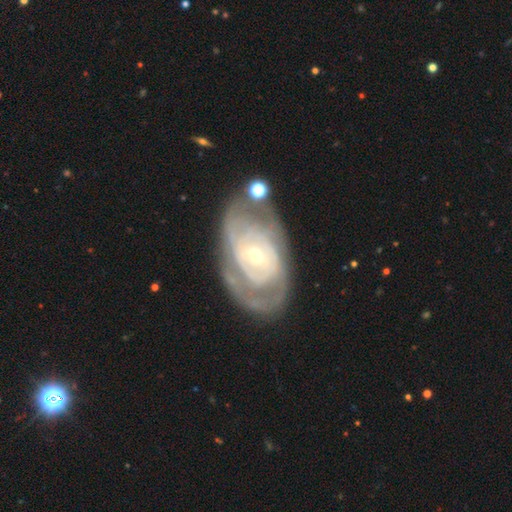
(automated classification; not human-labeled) A featured or disk galaxy (81%) with no bar (64%), tight (69%) spiral arms (77%) and a small central bulge (64%).

Vote fractions:
- Smooth or featured? featured or disk: 81% / smooth: 13% / star or artifact: 6%
- Edge-on disk? no: 94% / yes: 6%
- Bar? no: 64% / weak: 27% / strong: 9%
- Spiral arms? yes: 77% / no: 23%
- Spiral winding? tight: 69% / medium: 24% / loose: 8%
- Spiral arm count? can't tell: 49% / 2: 26% / 3: 11% / 1: 6% / 4: 5% / more than 4: 4%
- Bulge size? small: 64% / moderate: 32% / large: 2% / none: 1% / dominant: 1%
- Merging? none: 61% / minor disturbance: 21% / major disturbance: 13% / merger: 5%